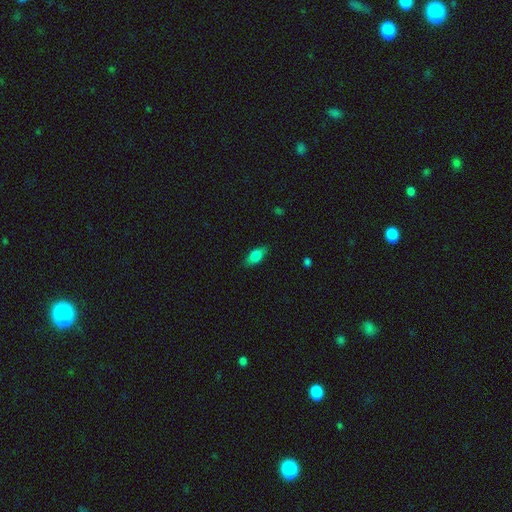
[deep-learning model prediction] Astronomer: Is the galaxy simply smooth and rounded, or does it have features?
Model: smooth — 78%.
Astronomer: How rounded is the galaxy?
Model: in between — 82%.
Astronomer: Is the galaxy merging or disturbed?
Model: none — 83%.